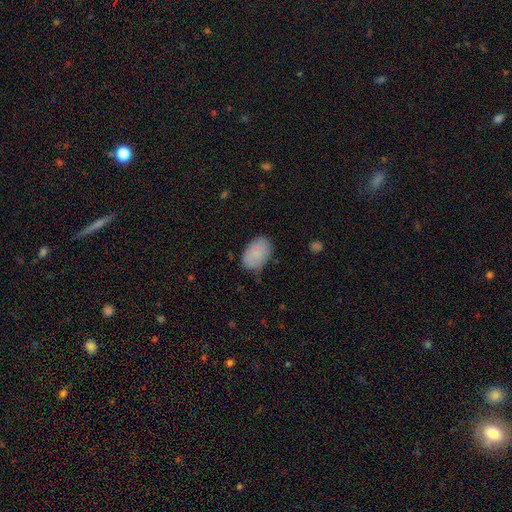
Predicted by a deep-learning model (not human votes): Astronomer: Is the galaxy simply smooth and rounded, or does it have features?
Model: smooth — 83%.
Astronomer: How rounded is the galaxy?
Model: in between — 90%.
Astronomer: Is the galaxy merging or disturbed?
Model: none — 75%.